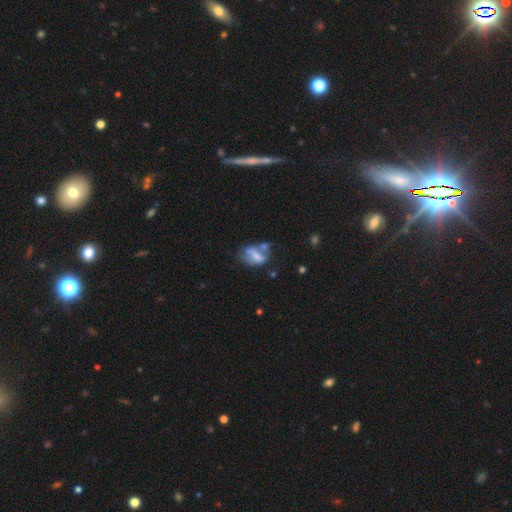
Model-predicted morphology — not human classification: Smooth or featured? Predicted: smooth (p=0.46). Merging? Predicted: merger (p=0.31).